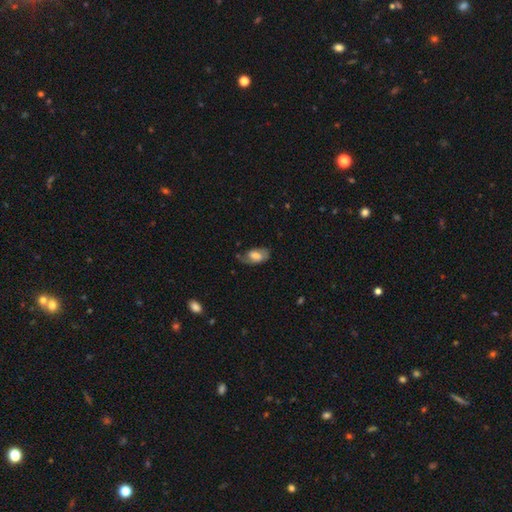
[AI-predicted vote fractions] Smooth or featured?
  - smooth: 46% * (tied)
  - featured or disk: 46% * (tied)
  - star or artifact: 7%
Merging?
  - none: 53% *
  - minor disturbance: 29%
  - major disturbance: 15%
  - merger: 2%